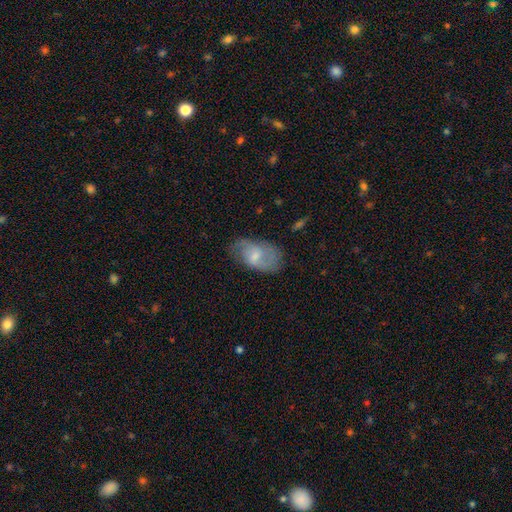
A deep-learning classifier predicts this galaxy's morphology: smooth-or-featured: smooth: 50% | featured or disk: 43% | star or artifact: 7%
  how-rounded: in between: 91% | round: 6% | cigar-shaped: 2%
  merging: none: 62% | minor disturbance: 27% | major disturbance: 10% | merger: 2%